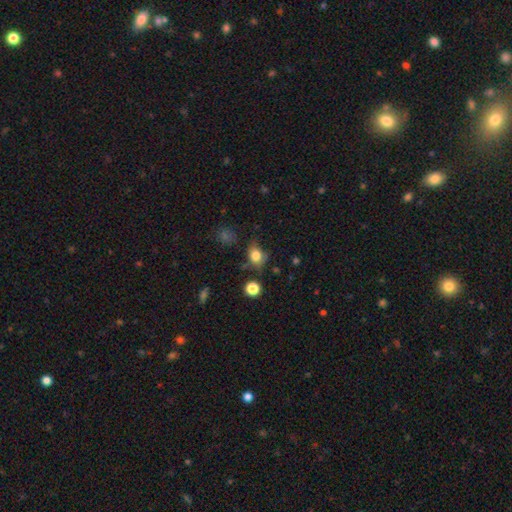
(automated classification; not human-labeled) smooth-or-featured: smooth: 77% | star or artifact: 12% | featured or disk: 11%
  how-rounded: in between: 51% | round: 47% | cigar-shaped: 2%
  merging: none: 58% | minor disturbance: 27% | major disturbance: 10% | merger: 5%